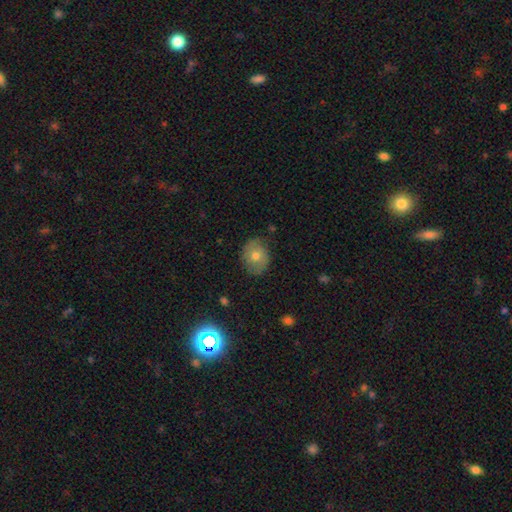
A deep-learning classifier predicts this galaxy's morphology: smooth_or_featured: smooth (p=0.62) [alt: featured or disk p=0.27]
how_rounded: round (p=0.57) [alt: in between p=0.42]
merging: none (p=0.79) [alt: minor disturbance p=0.17]